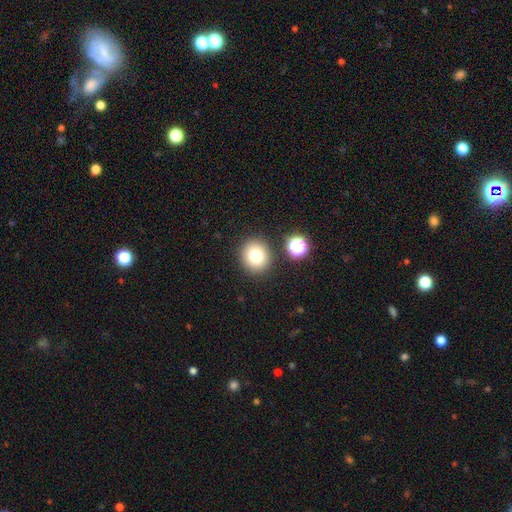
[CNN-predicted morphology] Smooth or featured? Predicted: smooth (p=0.77). How rounded? Predicted: round (p=0.88). Merging? Predicted: none (p=0.87).